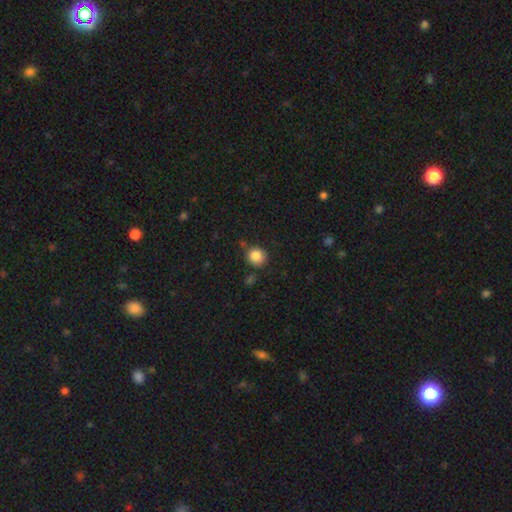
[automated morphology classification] This appears to be a smooth galaxy with no disk features (86%) that is round (82%). Merging: none (77%).